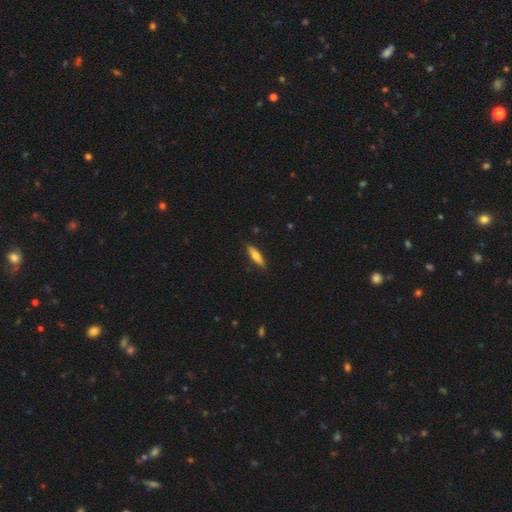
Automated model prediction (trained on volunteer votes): Smooth or featured?
  - smooth: 65% *
  - featured or disk: 29%
  - star or artifact: 6%
How rounded?
  - cigar-shaped: 69% *
  - in between: 29%
  - round: 2%
Merging?
  - none: 89% *
  - minor disturbance: 8%
  - major disturbance: 2%
  - merger: 1%